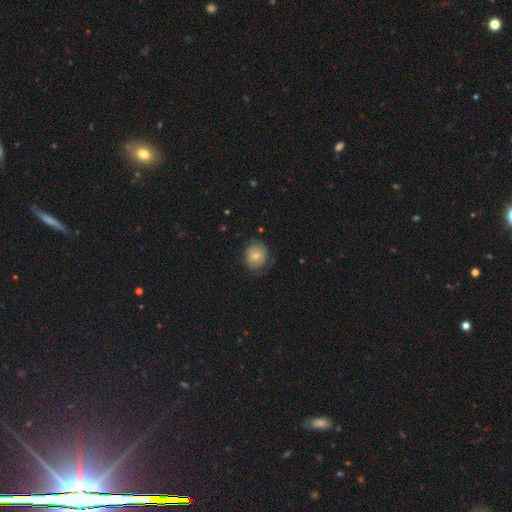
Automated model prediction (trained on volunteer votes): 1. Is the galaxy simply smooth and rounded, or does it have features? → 65% smooth, 28% featured or disk, 7% star or artifact.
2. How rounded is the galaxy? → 70% round, 29% in between, 1% cigar-shaped.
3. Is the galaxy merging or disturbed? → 62% none, 25% minor disturbance, 12% major disturbance, 1% merger.